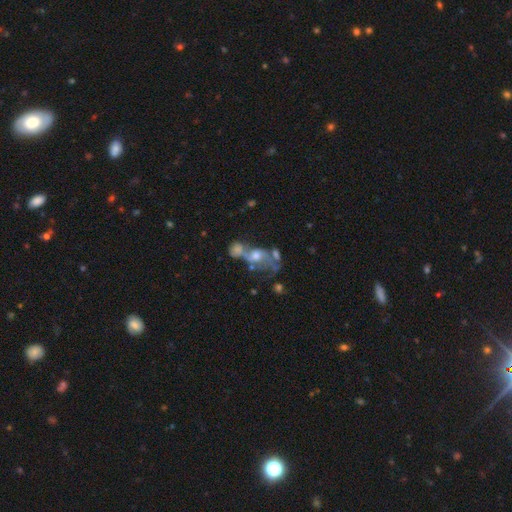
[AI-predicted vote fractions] Smooth or featured? Predicted: featured or disk (p=0.55). Edge-on disk? Predicted: no (p=0.94). Bar? Predicted: no (p=0.80). Spiral arms? Predicted: no (p=0.62). Bulge size? Predicted: moderate (p=0.50). Merging? Predicted: merger (p=0.56).